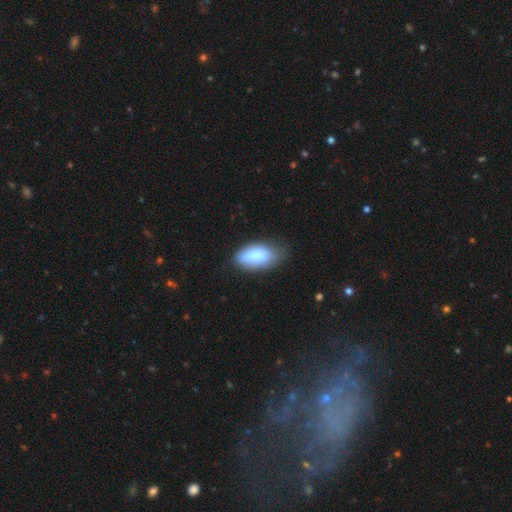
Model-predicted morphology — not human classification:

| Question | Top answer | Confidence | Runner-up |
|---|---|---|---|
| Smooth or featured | smooth | 84% | featured or disk (10%) |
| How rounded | in between | 91% | cigar-shaped (6%) |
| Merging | none | 65% | minor disturbance (27%) |